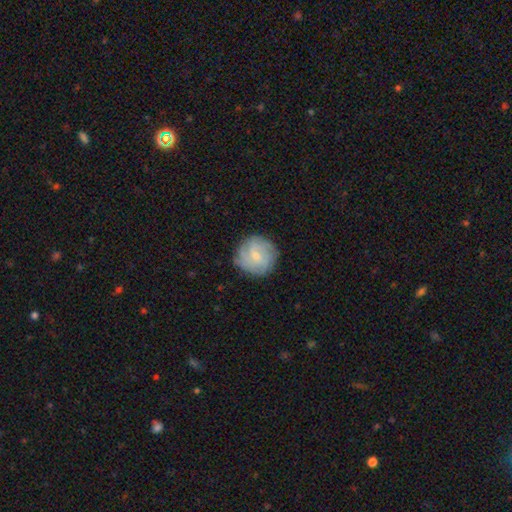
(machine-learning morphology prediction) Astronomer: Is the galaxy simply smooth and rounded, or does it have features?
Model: featured or disk — 60%.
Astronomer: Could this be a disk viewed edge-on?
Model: no — 97%.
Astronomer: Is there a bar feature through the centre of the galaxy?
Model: no — 68%.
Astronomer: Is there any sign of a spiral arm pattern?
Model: yes — 87%.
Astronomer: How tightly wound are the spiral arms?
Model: tight — 63%.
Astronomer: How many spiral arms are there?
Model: can't tell — 45%.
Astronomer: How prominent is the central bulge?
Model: small — 69%.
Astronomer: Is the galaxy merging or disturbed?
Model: none — 81%.